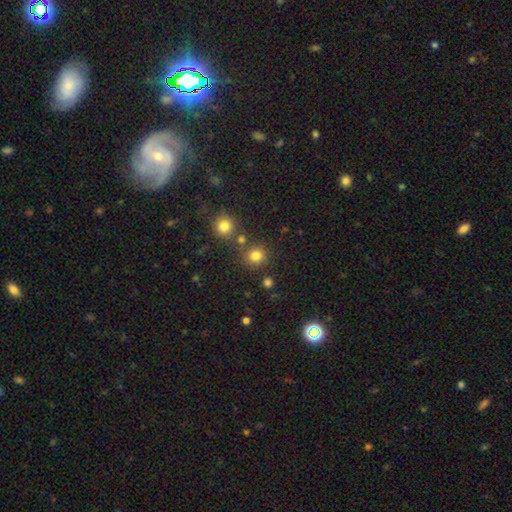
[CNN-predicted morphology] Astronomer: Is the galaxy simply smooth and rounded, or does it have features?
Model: smooth — 80%.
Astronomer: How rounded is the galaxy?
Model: round — 89%.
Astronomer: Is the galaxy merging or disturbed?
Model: none — 78%.